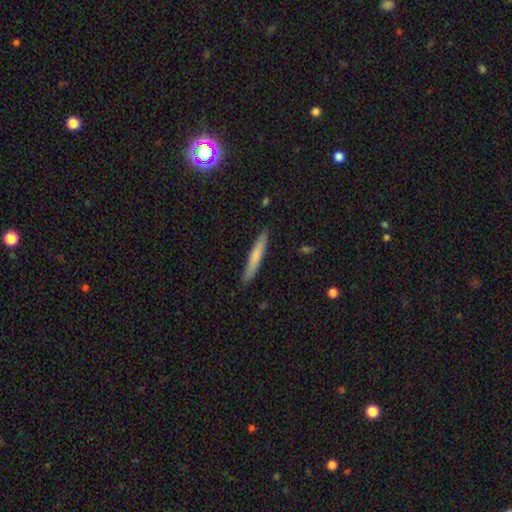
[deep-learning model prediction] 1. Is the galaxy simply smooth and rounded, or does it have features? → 71% smooth, 23% featured or disk, 6% star or artifact.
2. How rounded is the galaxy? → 94% cigar-shaped, 4% in between, 1% round.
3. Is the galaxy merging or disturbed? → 90% none, 8% minor disturbance, 1% major disturbance, 1% merger.